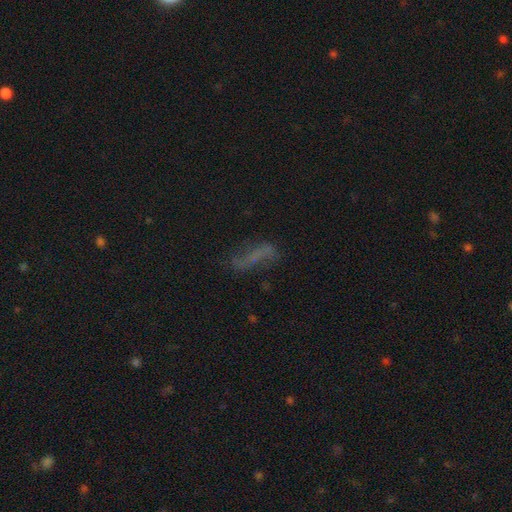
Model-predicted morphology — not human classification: featured or disk 42%, smooth 40%, star or artifact 17%. Down the decision tree: merging — none (56%).